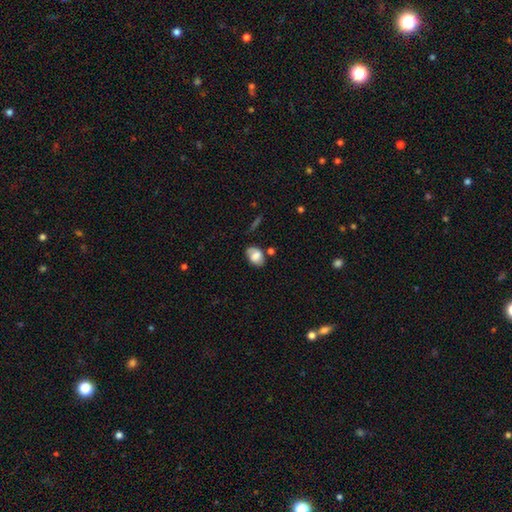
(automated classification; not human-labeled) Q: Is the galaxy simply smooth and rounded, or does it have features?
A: smooth — 66%.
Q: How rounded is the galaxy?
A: in between — 81%.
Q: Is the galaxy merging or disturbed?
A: none — 62%.